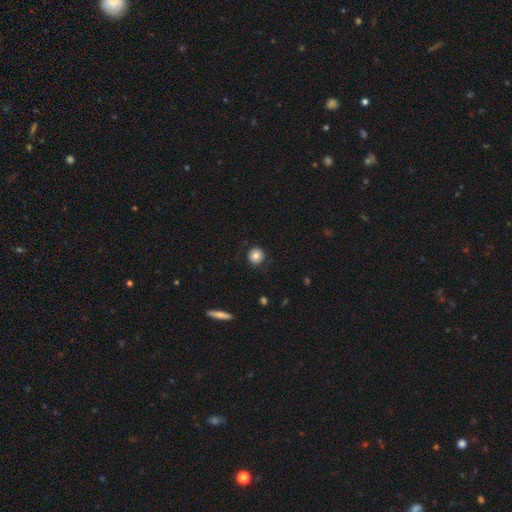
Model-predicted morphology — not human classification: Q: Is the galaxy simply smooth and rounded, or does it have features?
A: smooth — 78%.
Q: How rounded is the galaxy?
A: round — 93%.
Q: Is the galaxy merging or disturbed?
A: none — 85%.